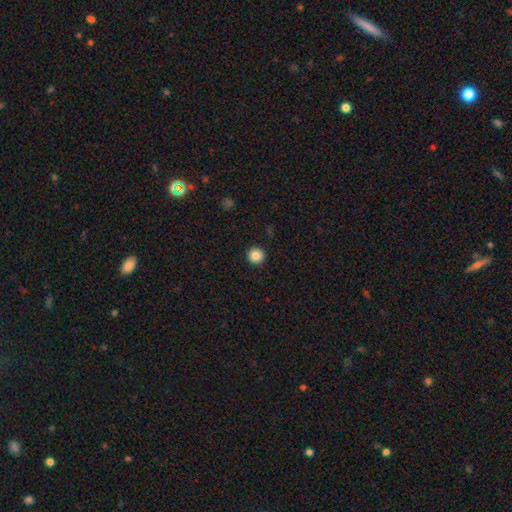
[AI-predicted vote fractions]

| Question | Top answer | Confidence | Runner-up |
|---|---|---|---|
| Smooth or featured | smooth | 86% | star or artifact (10%) |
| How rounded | round | 95% | in between (4%) |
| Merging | none | 93% | minor disturbance (4%) |